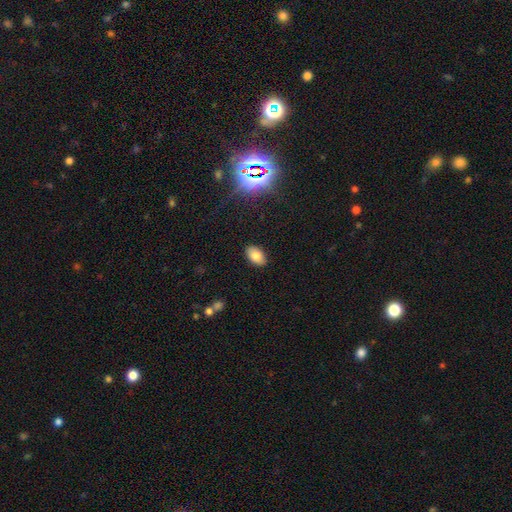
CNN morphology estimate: smooth_or_featured: smooth (p=0.81) [alt: star or artifact p=0.11]
how_rounded: in between (p=0.92) [alt: round p=0.06]
merging: none (p=0.88) [alt: minor disturbance p=0.09]